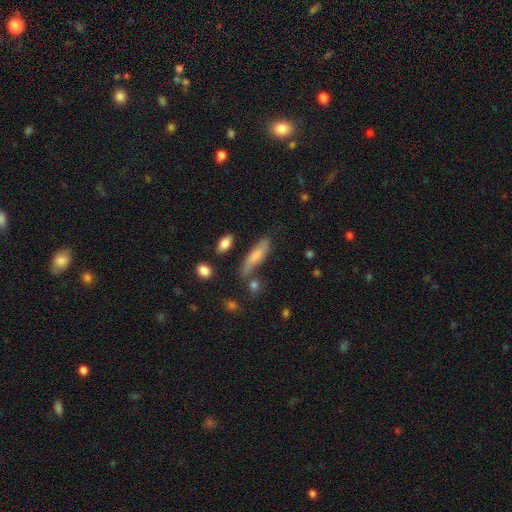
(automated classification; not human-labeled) Smooth or featured? Predicted: smooth (p=0.64). How rounded? Predicted: cigar-shaped (p=0.57). Merging? Predicted: none (p=0.57).